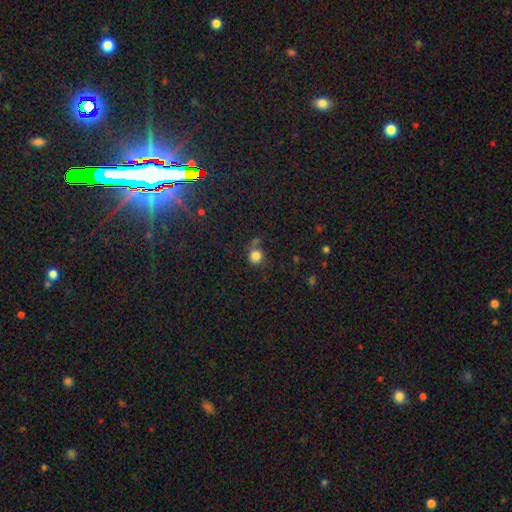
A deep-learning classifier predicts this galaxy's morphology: smooth_or_featured: smooth (p=0.82) [alt: star or artifact p=0.12]
how_rounded: round (p=0.89) [alt: in between p=0.10]
merging: none (p=0.64) [alt: minor disturbance p=0.16]